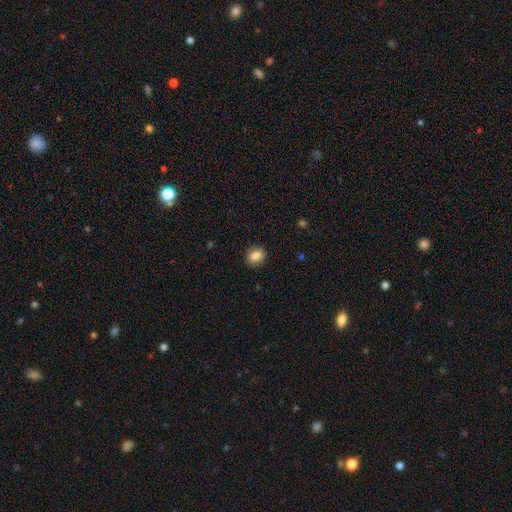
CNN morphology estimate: Smooth or featured?
  - smooth: 85% *
  - star or artifact: 9%
  - featured or disk: 6%
How rounded?
  - round: 57% *
  - in between: 41%
  - cigar-shaped: 1%
Merging?
  - none: 89% *
  - minor disturbance: 8%
  - major disturbance: 2%
  - merger: 1%